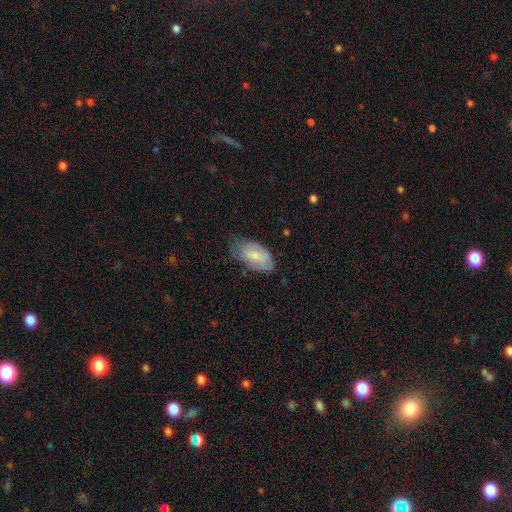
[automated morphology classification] smooth_or_featured: smooth (p=0.71) [alt: featured or disk p=0.22]
how_rounded: in between (p=0.93) [alt: cigar-shaped p=0.04]
merging: none (p=0.56) [alt: minor disturbance p=0.34]